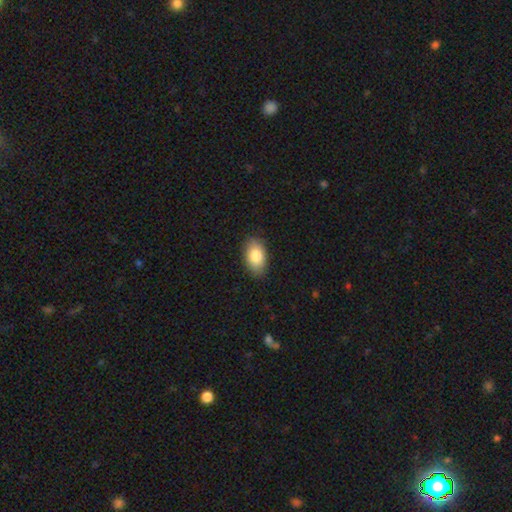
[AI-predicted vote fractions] Smooth or featured: smooth — 85% (featured or disk — 8%)
How rounded: in between — 92% (round — 7%)
Merging: none — 85% (minor disturbance — 11%)